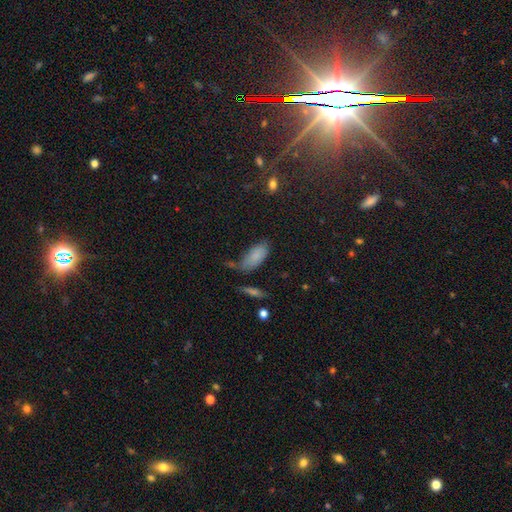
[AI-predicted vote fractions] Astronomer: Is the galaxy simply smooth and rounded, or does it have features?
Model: smooth — 82%.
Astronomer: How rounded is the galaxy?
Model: in between — 88%.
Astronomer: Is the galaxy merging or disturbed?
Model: none — 49% (runner-up: minor disturbance, 29%).